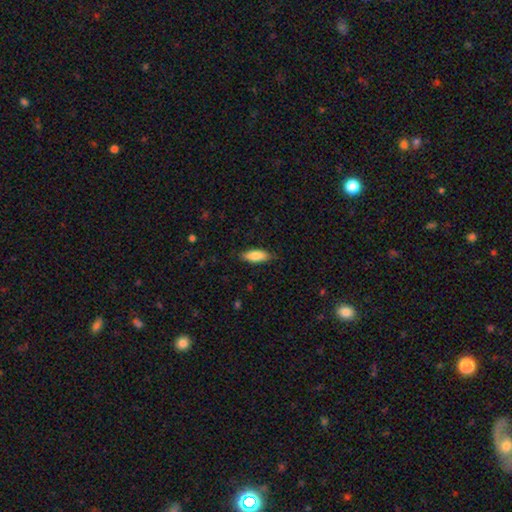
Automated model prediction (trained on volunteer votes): A smooth galaxy with no disk features (82%) that is in between round and cigar-shaped (74%). Merging: none (84%).